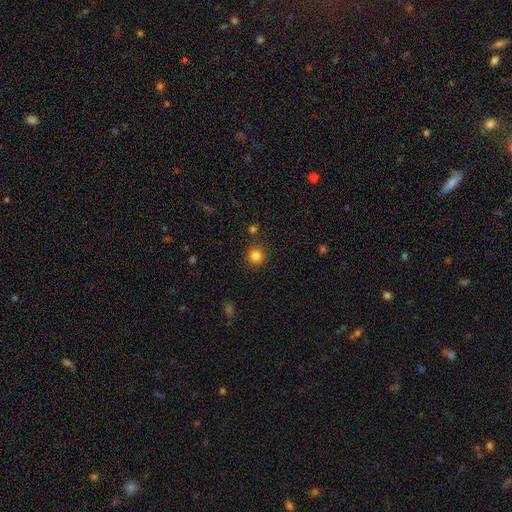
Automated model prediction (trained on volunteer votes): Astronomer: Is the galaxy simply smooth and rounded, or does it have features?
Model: smooth — 83%.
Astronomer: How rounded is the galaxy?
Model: round — 93%.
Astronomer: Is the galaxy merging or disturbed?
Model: none — 87%.